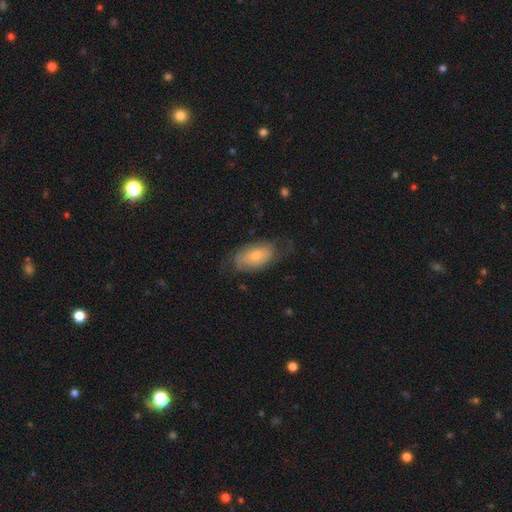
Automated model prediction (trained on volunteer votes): A featured or disk galaxy (49%). Merging: none (57%).